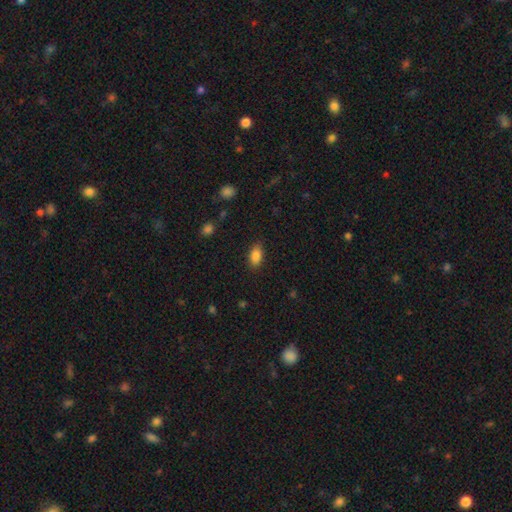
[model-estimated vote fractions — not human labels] smooth_or_featured: smooth (p=0.86) [alt: star or artifact p=0.09]
how_rounded: in between (p=0.90) [alt: round p=0.06]
merging: none (p=0.85) [alt: minor disturbance p=0.11]